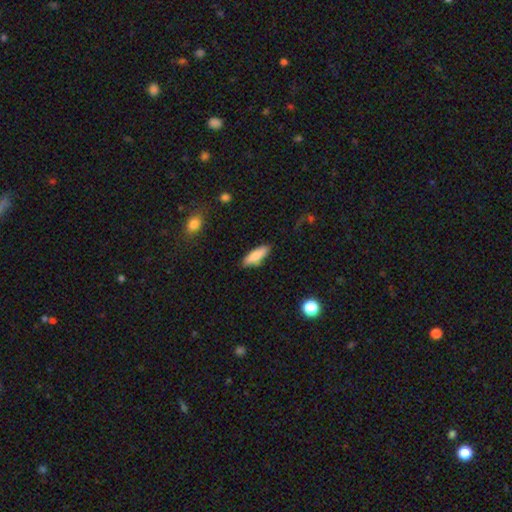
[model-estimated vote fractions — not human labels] smooth-or-featured: smooth: 83% | featured or disk: 11% | star or artifact: 6%
  how-rounded: in between: 56% | cigar-shaped: 42% | round: 2%
  merging: none: 84% | minor disturbance: 12% | major disturbance: 2% | merger: 2%